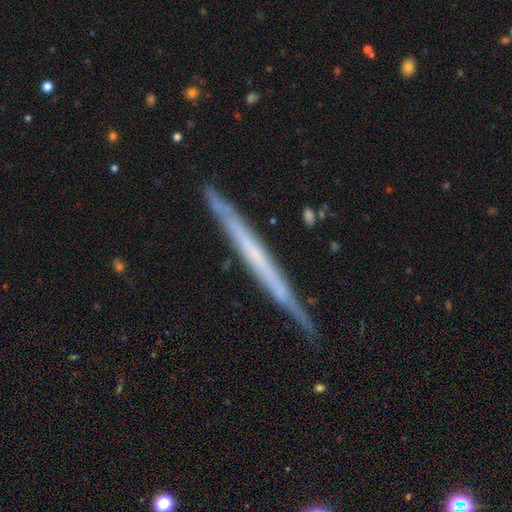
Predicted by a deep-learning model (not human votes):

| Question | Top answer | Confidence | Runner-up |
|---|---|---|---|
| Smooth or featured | featured or disk | 63% | smooth (31%) |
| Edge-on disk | yes | 96% | no (4%) |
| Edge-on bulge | none | 89% | rounded (7%) |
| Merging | none | 85% | minor disturbance (12%) |